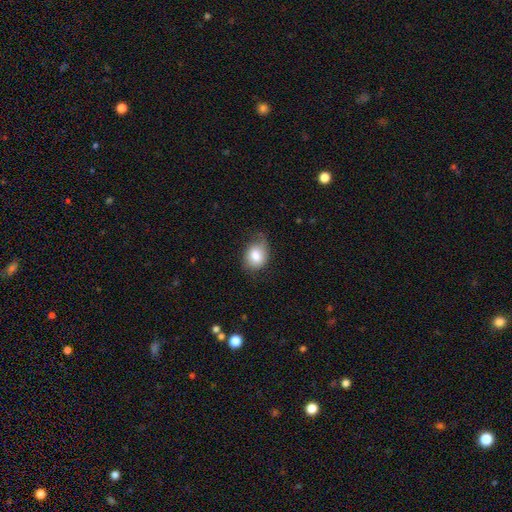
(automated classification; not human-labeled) Smooth or featured: smooth — 77% (featured or disk — 15%)
How rounded: in between — 60% (round — 39%)
Merging: none — 51% (minor disturbance — 35%)